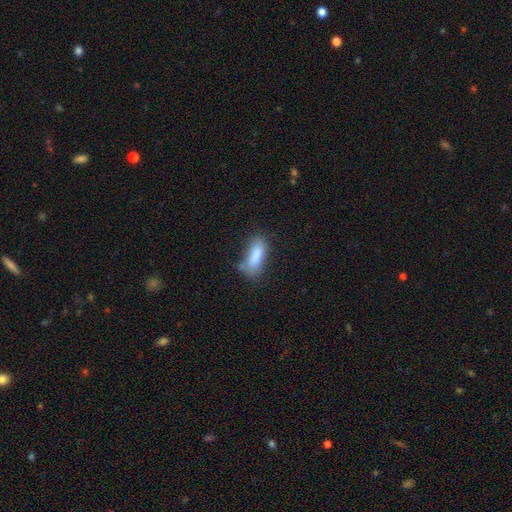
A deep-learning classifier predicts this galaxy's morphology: smooth 82%, featured or disk 10%, star or artifact 8%. Down the decision tree: how rounded — in between (66%); merging — none (54%).